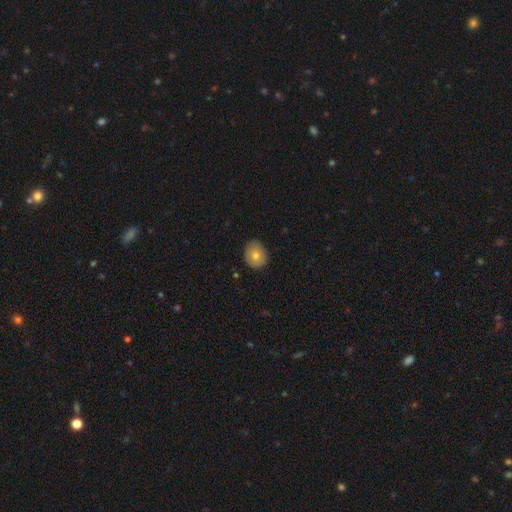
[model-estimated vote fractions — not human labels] smooth 75%, featured or disk 17%, star or artifact 8%. Down the decision tree: how rounded — round (64%); merging — none (83%).